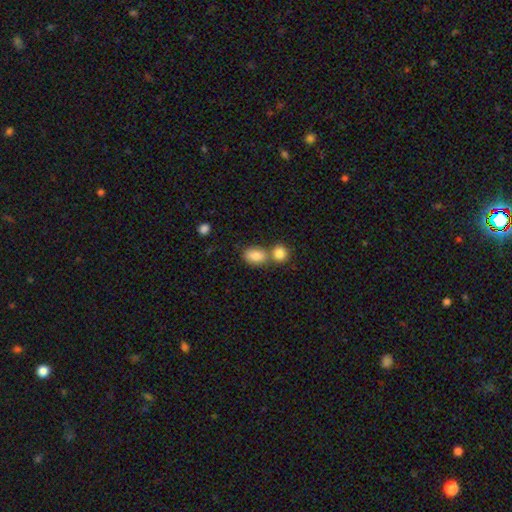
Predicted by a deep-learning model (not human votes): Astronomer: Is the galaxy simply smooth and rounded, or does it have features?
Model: smooth — 86%.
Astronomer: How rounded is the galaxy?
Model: in between — 80%.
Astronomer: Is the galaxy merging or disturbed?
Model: merger — 43%, tied with none at 43%.